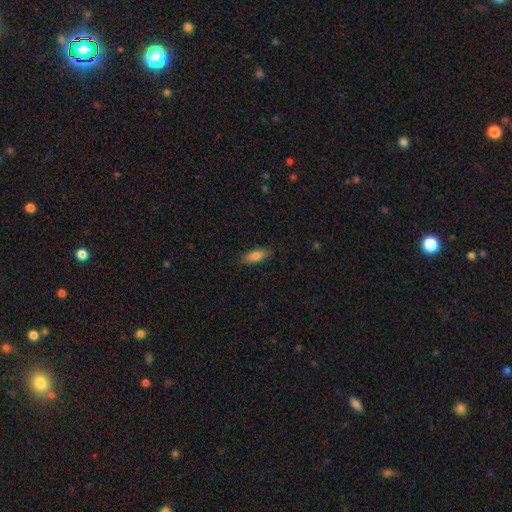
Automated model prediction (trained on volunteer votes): This is likely a smooth galaxy (78%). How rounded: likely in between (72%). Merging: clearly none (84%).